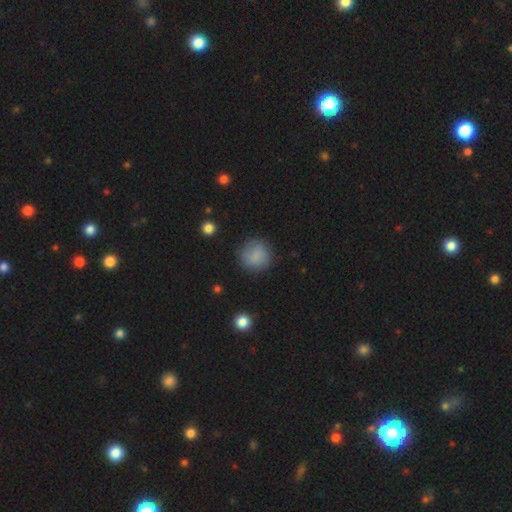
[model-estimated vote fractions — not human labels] This appears to be a smooth galaxy with no disk features (82%) that is round (90%). Merging: none (82%).